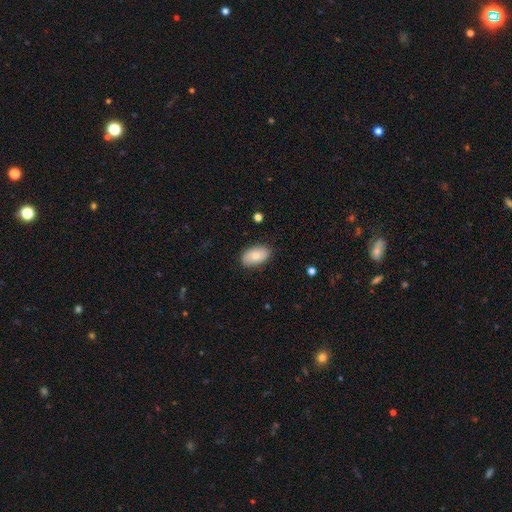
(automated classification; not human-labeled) A smooth galaxy with no disk features (76%) that is in between round and cigar-shaped (94%).

Vote fractions:
- Smooth or featured? smooth: 76% / featured or disk: 18% / star or artifact: 6%
- How rounded? in between: 94% / round: 5% / cigar-shaped: 2%
- Merging? none: 85% / minor disturbance: 11% / major disturbance: 2% / merger: 1%